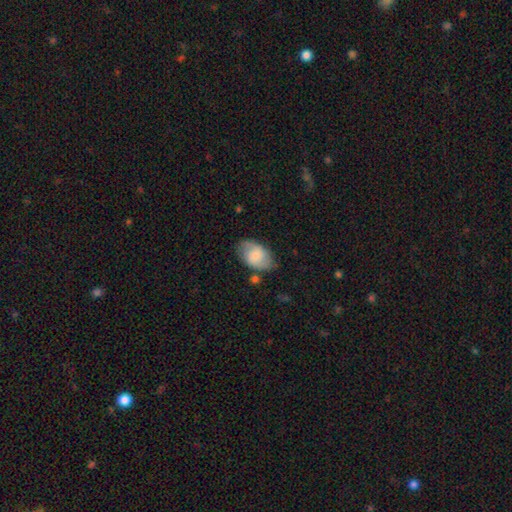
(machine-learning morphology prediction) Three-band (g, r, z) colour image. It shows a smooth galaxy with no disk features (58%) that is in between round and cigar-shaped (89%). Merging: none (69%).